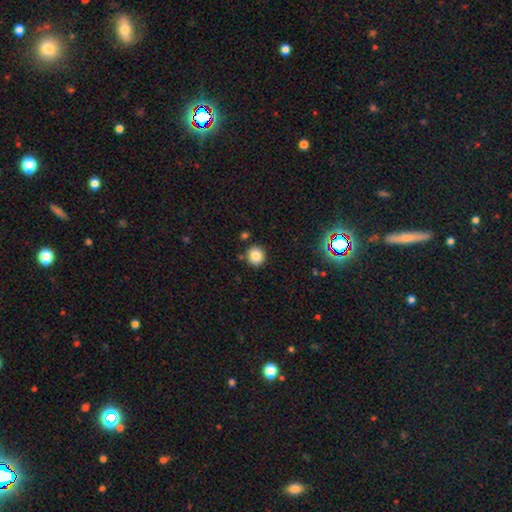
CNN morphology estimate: type=smooth (82%); roundness=round (91%); merging=none (87%).